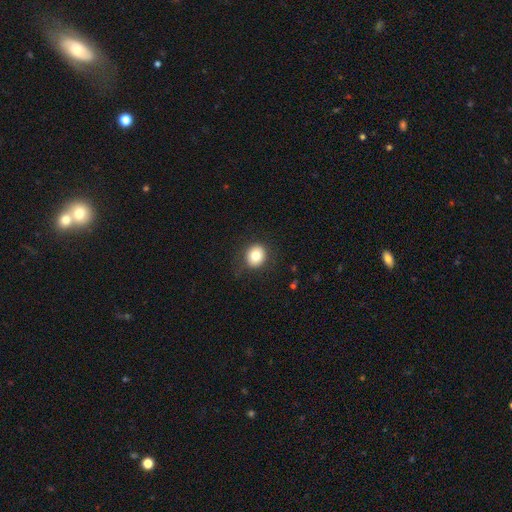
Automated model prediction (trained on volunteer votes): smooth_or_featured: smooth (p=0.79) [alt: featured or disk p=0.11]
how_rounded: round (p=0.76) [alt: in between p=0.23]
merging: none (p=0.85) [alt: minor disturbance p=0.11]